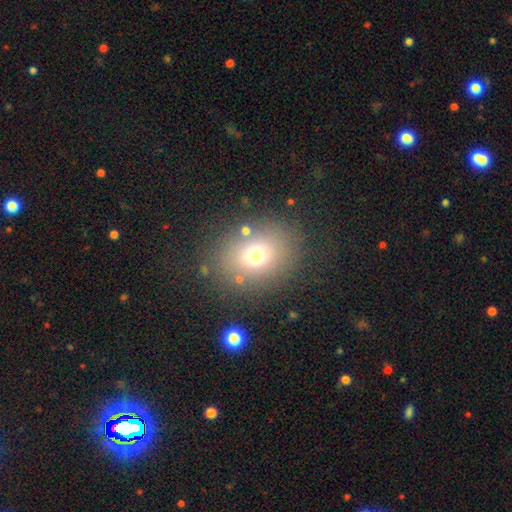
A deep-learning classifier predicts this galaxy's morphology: Smooth or featured? smooth (71%)
How rounded? round (51%)
Merging? none (80%)